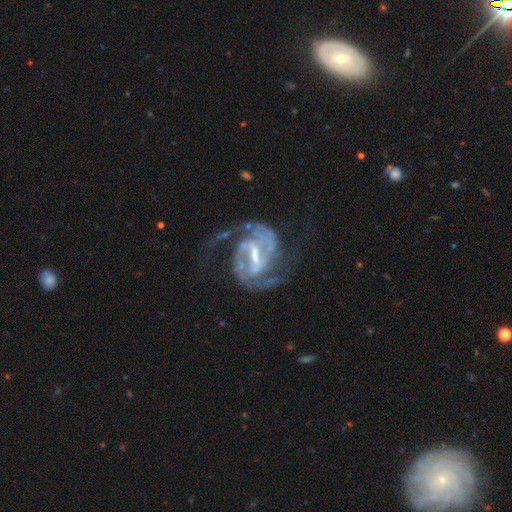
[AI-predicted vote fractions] Overall: featured or disk (92%). Edge-on disk: no (98%). Bar: strong (49%; weak 42%). Spiral arms: yes (98%). Spiral arm count: 2 (84%). Spiral winding: medium (55%; tight 29%). Bulge size: small (48%; moderate 35%). Merging: none (62%).